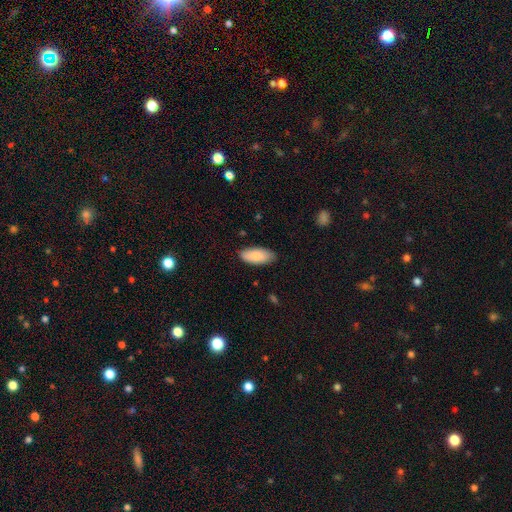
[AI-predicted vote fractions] smooth 85%, featured or disk 9%, star or artifact 6%. Down the decision tree: how rounded — in between (90%); merging — none (84%).